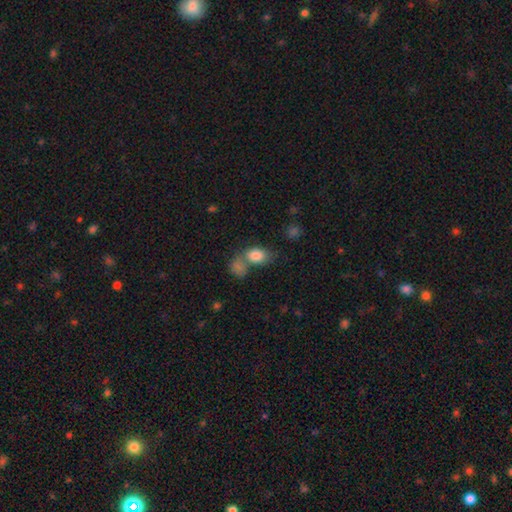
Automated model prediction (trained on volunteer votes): Smooth or featured? Predicted: smooth (p=0.83). How rounded? Predicted: in between (p=0.82). Merging? Predicted: merger (p=0.43).